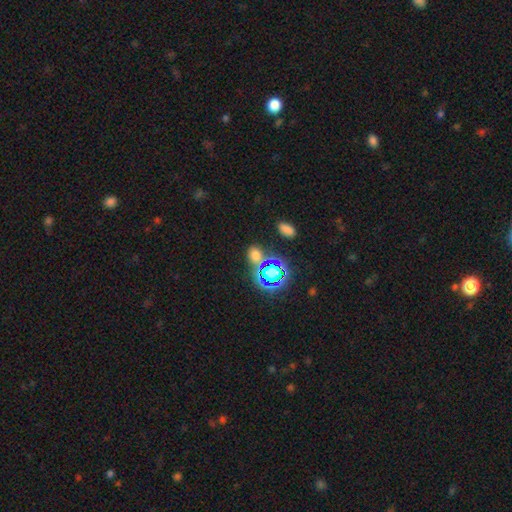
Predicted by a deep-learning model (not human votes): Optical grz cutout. It shows a smooth galaxy with no disk features (56%) that is in between round and cigar-shaped (54%). Merging: none (70%).